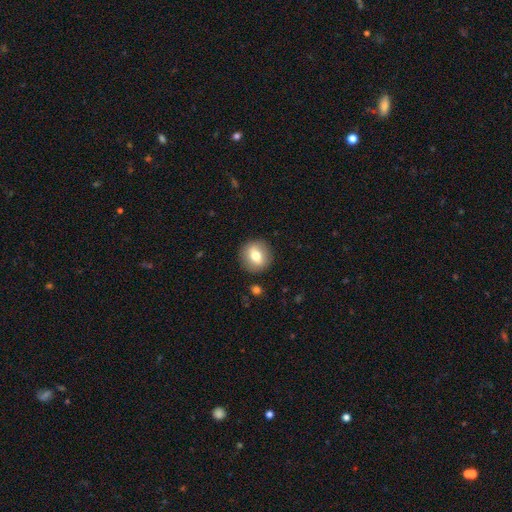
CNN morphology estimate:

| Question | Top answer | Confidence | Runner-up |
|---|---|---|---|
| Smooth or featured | smooth | 68% | featured or disk (24%) |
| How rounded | round | 83% | in between (16%) |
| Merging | none | 89% | minor disturbance (8%) |